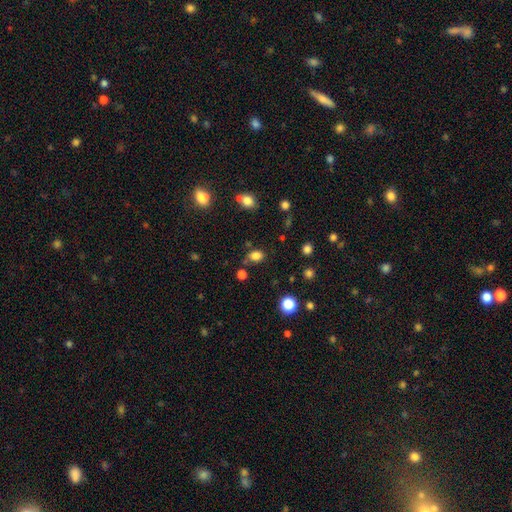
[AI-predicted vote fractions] This is clearly a smooth galaxy (81%). How rounded: likely in between (63%). Merging: likely none (68%).